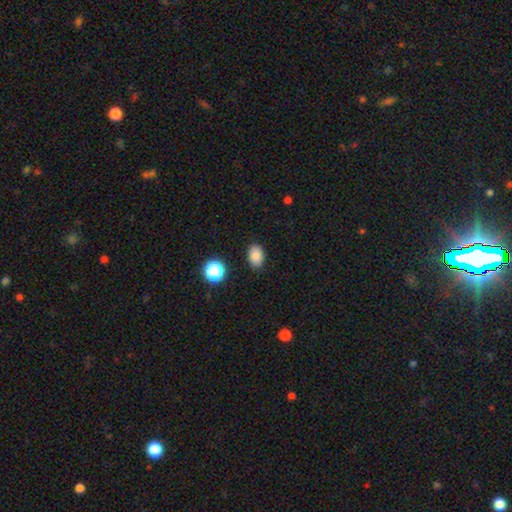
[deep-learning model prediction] Smooth or featured? smooth (85%)
How rounded? in between (81%)
Merging? none (87%)